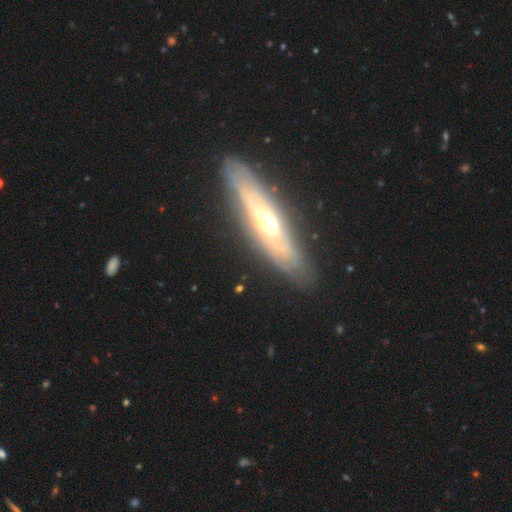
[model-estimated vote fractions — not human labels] This appears to be a featured or disk galaxy (70%) viewed edge-on (72%) with a rounded central bulge (86%). Merging: none (86%).